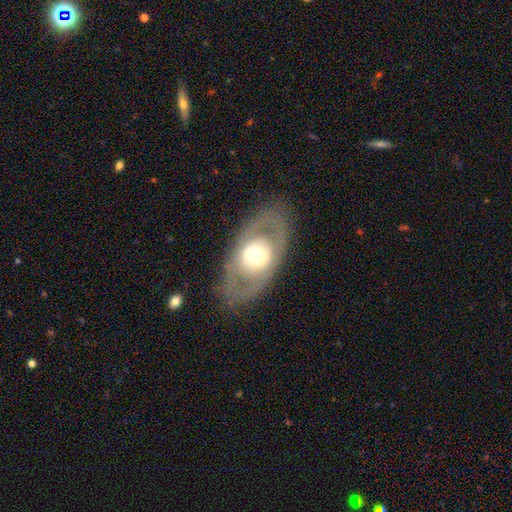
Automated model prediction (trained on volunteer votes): This is possibly a featured or disk galaxy (59%). It is clearly not viewed edge-on (88%). Bar: likely no (80%). Spiral arm pattern: clearly no (83%). Central bulge: possibly moderate (58%). Merging: likely none (78%).